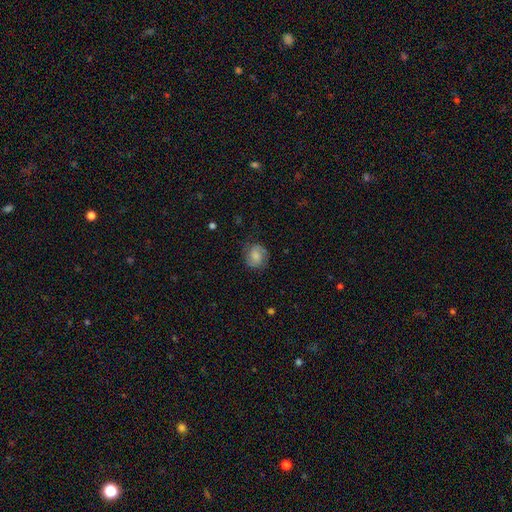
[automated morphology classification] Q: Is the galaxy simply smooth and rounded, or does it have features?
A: smooth — 57%.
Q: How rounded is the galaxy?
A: round — 71%.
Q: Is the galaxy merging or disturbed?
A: none — 72%.